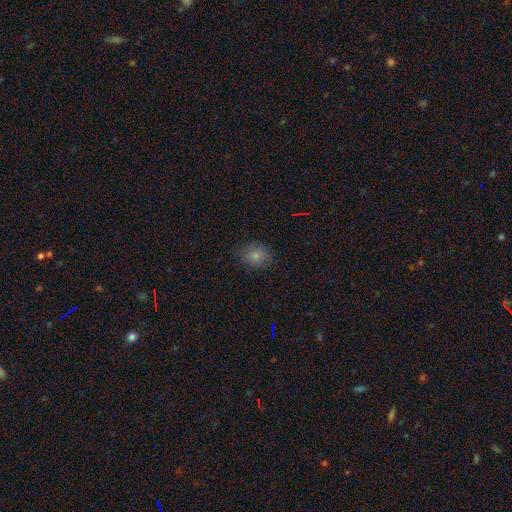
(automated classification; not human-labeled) This appears to be a smooth galaxy with no disk features (82%) that is round (59%). Merging: none (80%).